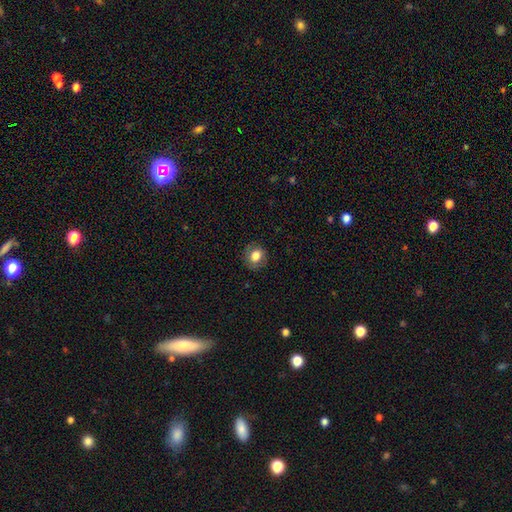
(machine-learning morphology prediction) smooth_or_featured: smooth (p=0.77) [alt: featured or disk p=0.14]
how_rounded: round (p=0.71) [alt: in between p=0.28]
merging: none (p=0.83) [alt: minor disturbance p=0.12]